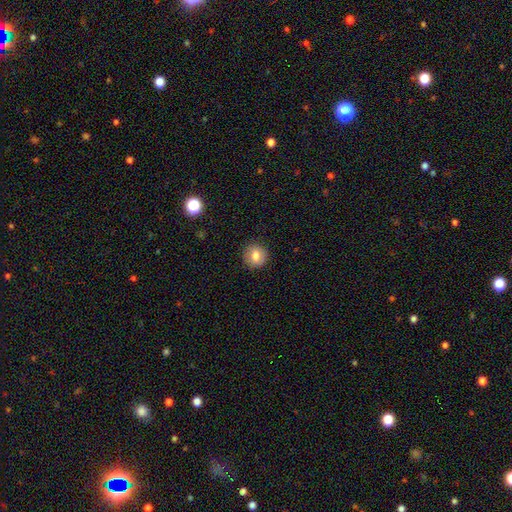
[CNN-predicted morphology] Overall: smooth (78%). How rounded: round (89%). Merging: none (90%).